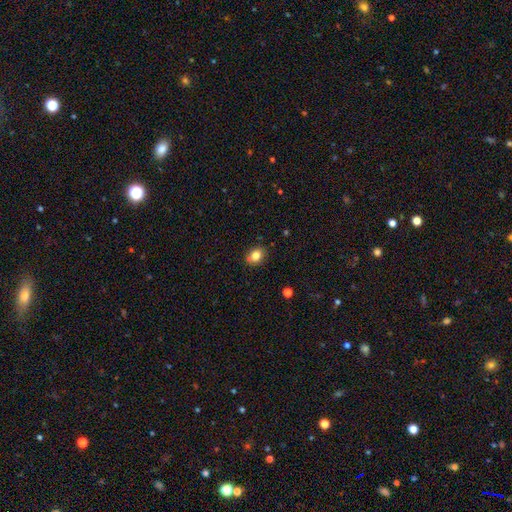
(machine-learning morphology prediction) Smooth or featured? Predicted: smooth (p=0.81). How rounded? Predicted: in between (p=0.53). Merging? Predicted: none (p=0.80).